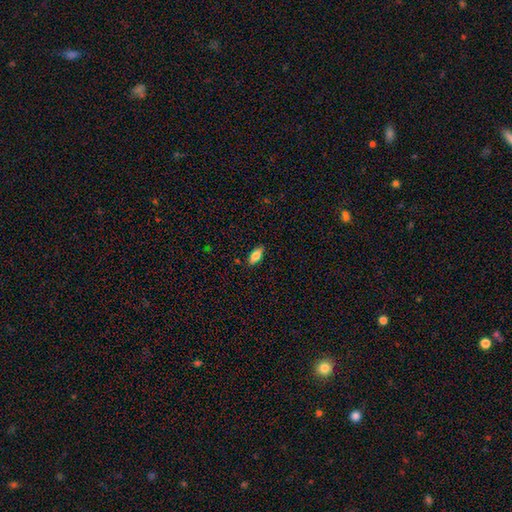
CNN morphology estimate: Smooth or featured? smooth (81%)
How rounded? in between (87%)
Merging? none (85%)